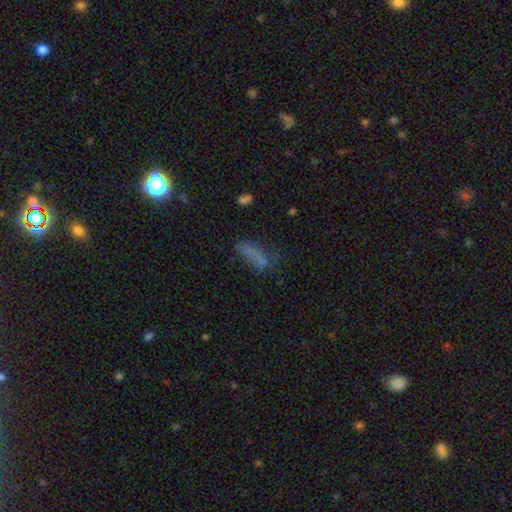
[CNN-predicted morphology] type=smooth (64%); roundness=in between (51%); merging=none (46%).